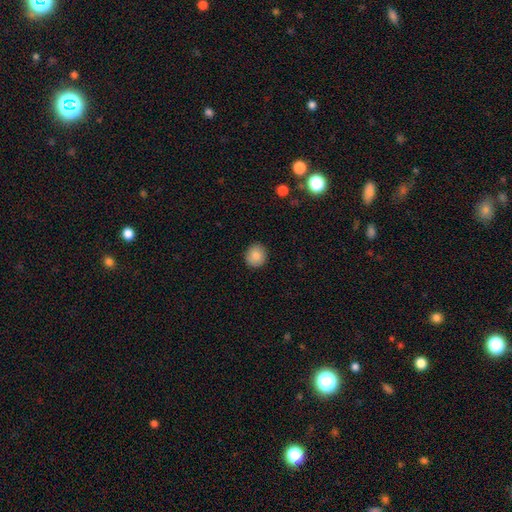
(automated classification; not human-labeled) smooth_or_featured: smooth (p=0.86) [alt: star or artifact p=0.08]
how_rounded: round (p=0.87) [alt: in between p=0.12]
merging: none (p=0.90) [alt: minor disturbance p=0.07]